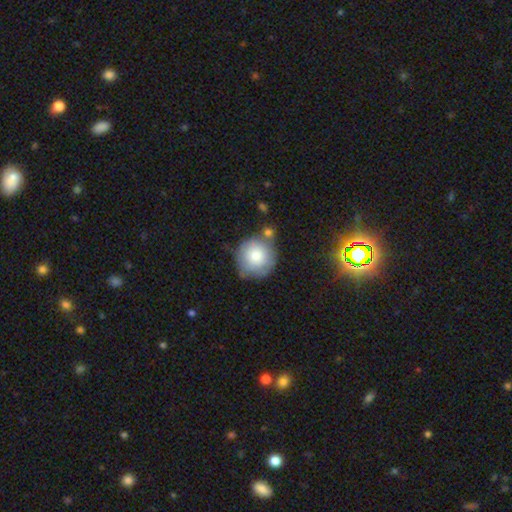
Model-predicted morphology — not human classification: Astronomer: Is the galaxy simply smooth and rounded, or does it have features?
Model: smooth — 74%.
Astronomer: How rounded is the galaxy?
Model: round — 92%.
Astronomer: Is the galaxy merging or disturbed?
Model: none — 58%.